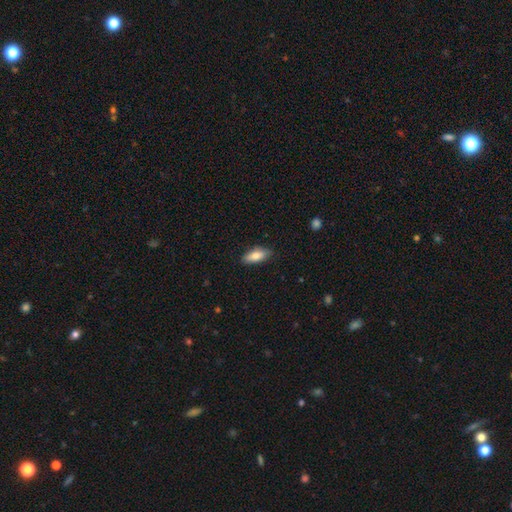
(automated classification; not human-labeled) Smooth or featured?
  - smooth: 80% *
  - featured or disk: 13%
  - star or artifact: 6%
How rounded?
  - in between: 77% *
  - cigar-shaped: 20%
  - round: 2%
Merging?
  - none: 83% *
  - minor disturbance: 14%
  - major disturbance: 2%
  - merger: 1%